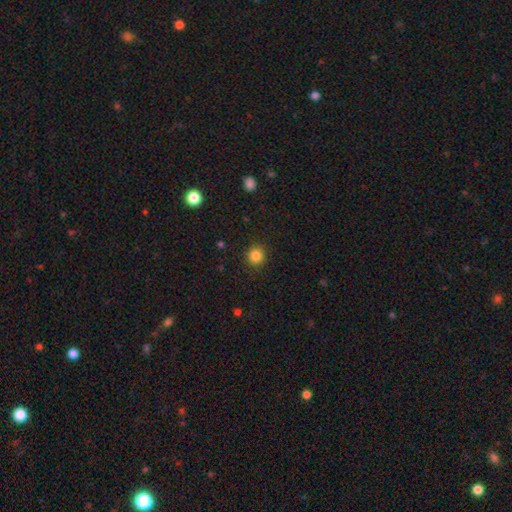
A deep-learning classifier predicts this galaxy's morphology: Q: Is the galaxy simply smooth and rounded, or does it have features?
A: smooth — 84%.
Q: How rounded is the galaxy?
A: round — 92%.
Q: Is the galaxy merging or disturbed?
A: none — 91%.